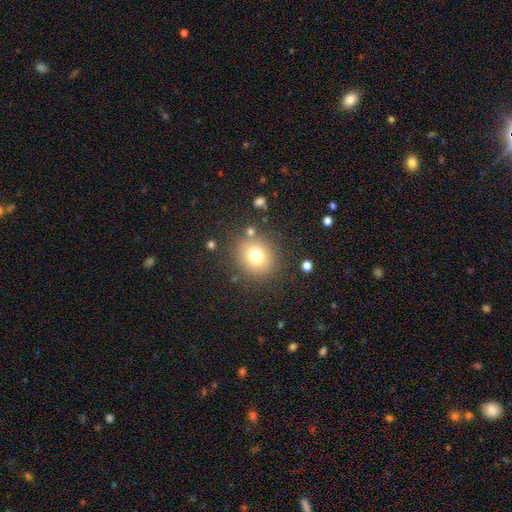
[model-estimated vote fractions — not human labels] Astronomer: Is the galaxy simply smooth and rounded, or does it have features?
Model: smooth — 74%.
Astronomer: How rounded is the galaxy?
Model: round — 83%.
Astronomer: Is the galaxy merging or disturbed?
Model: none — 82%.